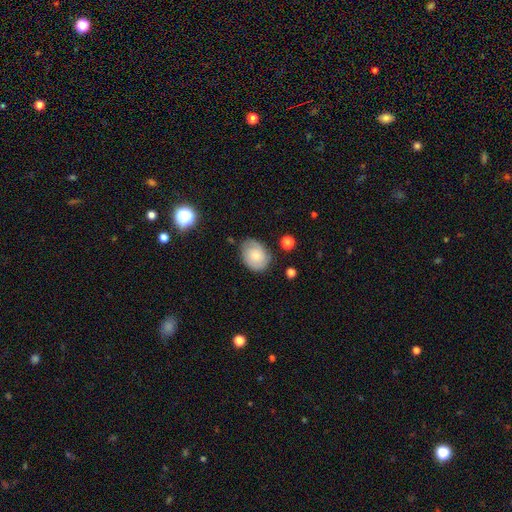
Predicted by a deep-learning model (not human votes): Smooth or featured? Predicted: smooth (p=0.60). How rounded? Predicted: in between (p=0.62). Merging? Predicted: none (p=0.71).